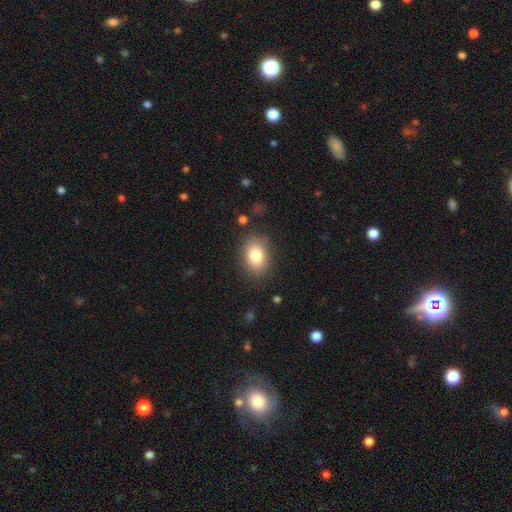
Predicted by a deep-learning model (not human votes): The model was most divided on "how rounded": in between: 78%, round: 21%, cigar-shaped: 1%. More confident: merging — none (84%); smooth or featured — smooth (82%).